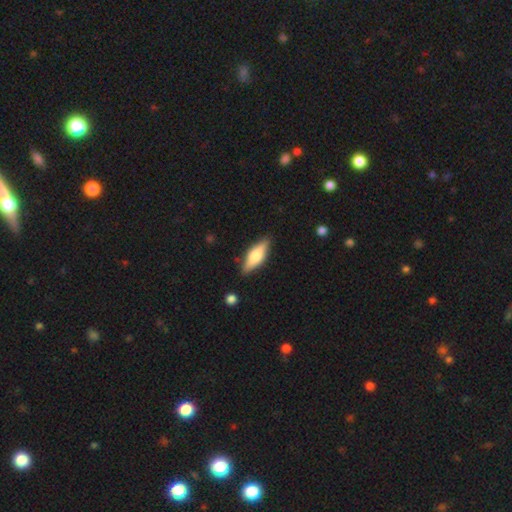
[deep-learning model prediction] A smooth galaxy with no disk features (50%). Merging: none (85%).